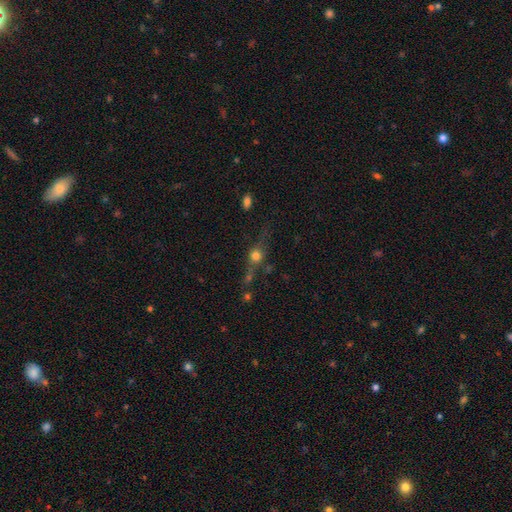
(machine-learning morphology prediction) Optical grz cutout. It shows a smooth galaxy with no disk features (48%). Merging: none (52%).